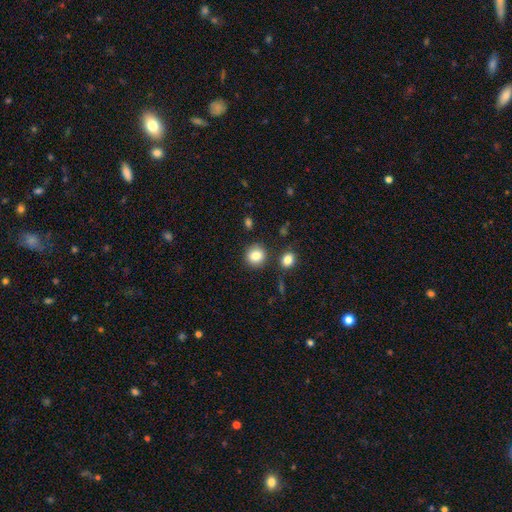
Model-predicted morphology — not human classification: A smooth galaxy with no disk features (84%) that is round (85%).

Vote fractions:
- Smooth or featured? smooth: 84% / star or artifact: 9% / featured or disk: 6%
- How rounded? round: 85% / in between: 14% / cigar-shaped: 1%
- Merging? none: 85% / minor disturbance: 8% / merger: 5% / major disturbance: 3%